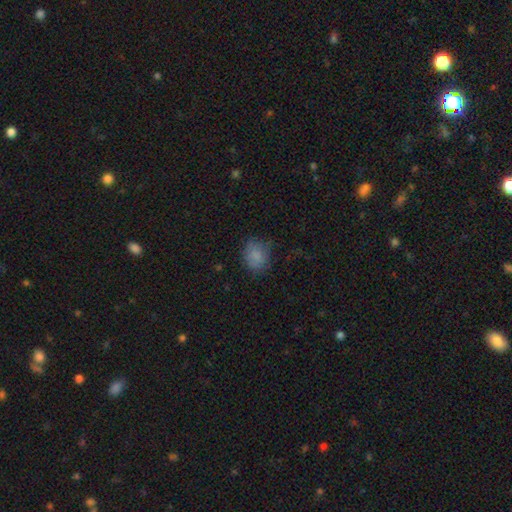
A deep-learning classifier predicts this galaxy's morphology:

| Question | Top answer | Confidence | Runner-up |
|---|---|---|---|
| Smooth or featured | smooth | 81% | star or artifact (10%) |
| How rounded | round | 53% | in between (46%) |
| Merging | none | 69% | minor disturbance (22%) |